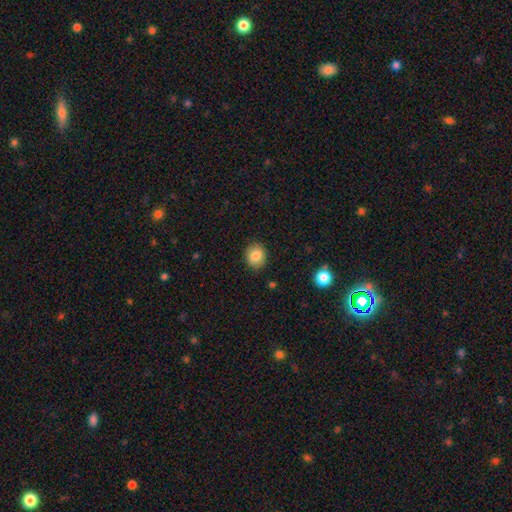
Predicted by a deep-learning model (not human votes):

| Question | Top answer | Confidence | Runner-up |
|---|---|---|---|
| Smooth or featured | smooth | 84% | star or artifact (9%) |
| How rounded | round | 68% | in between (31%) |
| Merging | none | 88% | minor disturbance (9%) |